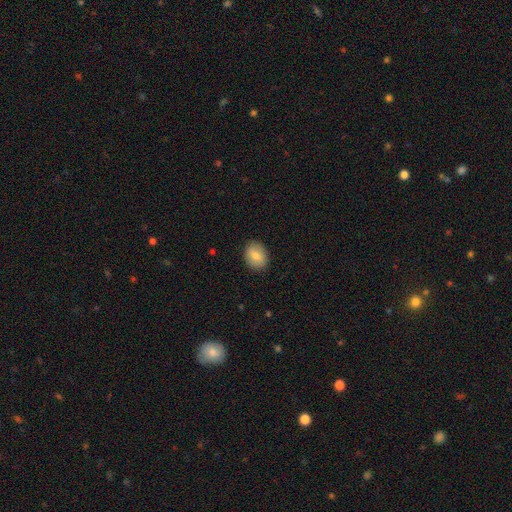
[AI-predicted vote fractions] The model was most divided on "how rounded": in between: 57%, round: 42%, cigar-shaped: 1%. More confident: merging — none (88%); smooth or featured — smooth (79%).